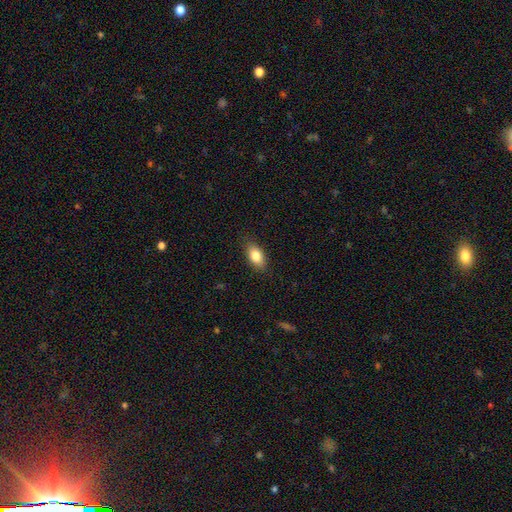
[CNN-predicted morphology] Smooth or featured: smooth — 83% (featured or disk — 10%)
How rounded: in between — 89% (round — 6%)
Merging: none — 86% (minor disturbance — 11%)